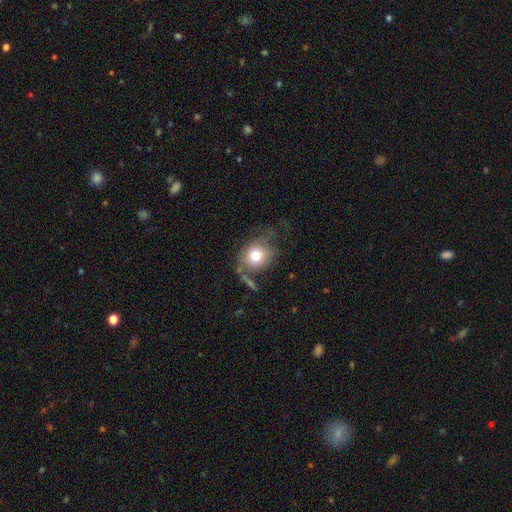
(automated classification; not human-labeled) Morphology: type=smooth (74%); roundness=round (61%); merging=none (45%).